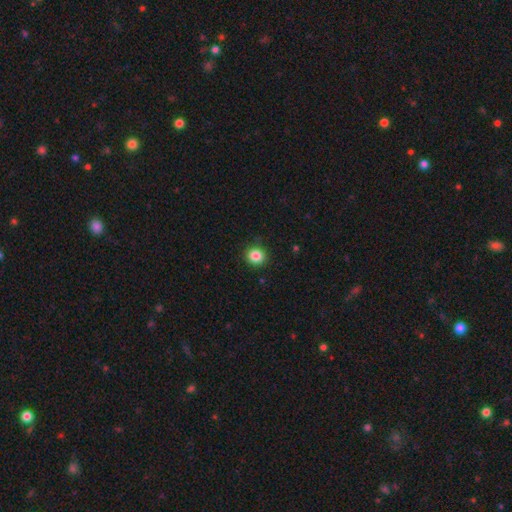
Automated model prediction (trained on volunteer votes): A smooth galaxy with no disk features (85%) that is round (86%).

Vote fractions:
- Smooth or featured? smooth: 85% / star or artifact: 11% / featured or disk: 4%
- How rounded? round: 86% / in between: 13% / cigar-shaped: 1%
- Merging? none: 90% / minor disturbance: 7% / major disturbance: 2% / merger: 1%